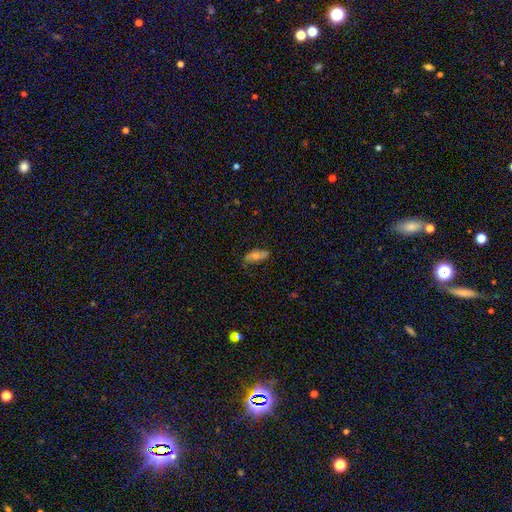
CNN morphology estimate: Smooth or featured? Predicted: smooth (p=0.48). Merging? Predicted: none (p=0.71).